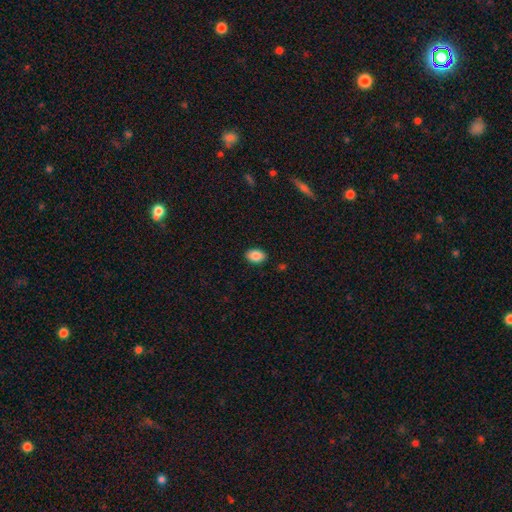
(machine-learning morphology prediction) Smooth or featured?
  - smooth: 87% *
  - star or artifact: 8%
  - featured or disk: 5%
How rounded?
  - in between: 85% *
  - round: 14%
  - cigar-shaped: 1%
Merging?
  - none: 88% *
  - minor disturbance: 9%
  - major disturbance: 2%
  - merger: 1%